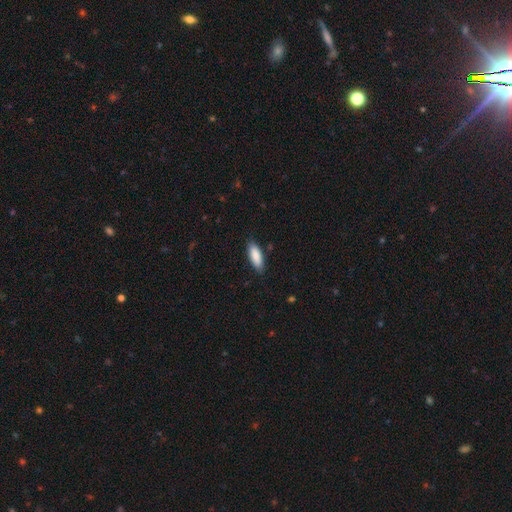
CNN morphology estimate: smooth_or_featured: smooth (p=0.88) [alt: featured or disk p=0.06]
how_rounded: in between (p=0.74) [alt: cigar-shaped p=0.25]
merging: none (p=0.85) [alt: minor disturbance p=0.12]